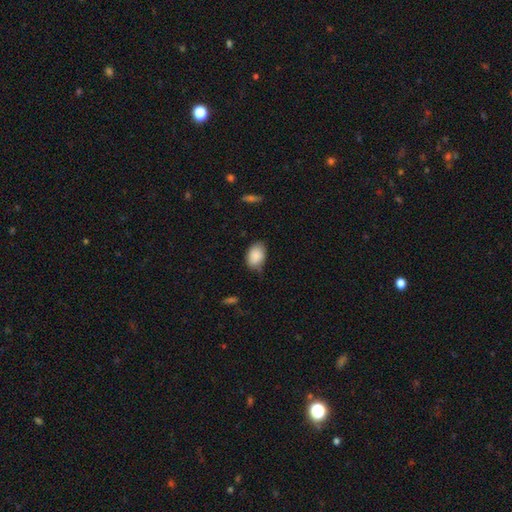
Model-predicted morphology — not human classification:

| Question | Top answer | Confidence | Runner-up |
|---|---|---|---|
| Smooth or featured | smooth | 86% | featured or disk (7%) |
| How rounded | in between | 82% | round (16%) |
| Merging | none | 58% | minor disturbance (34%) |